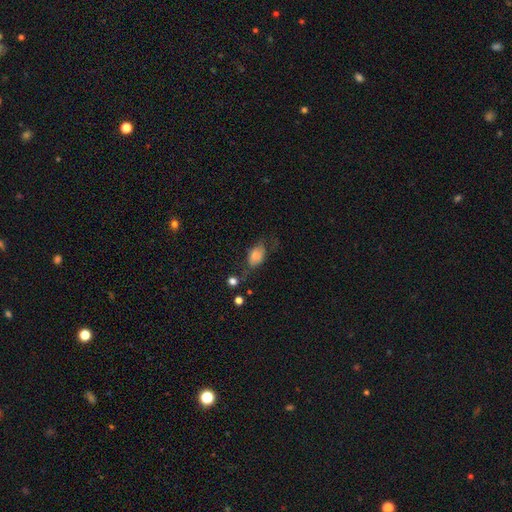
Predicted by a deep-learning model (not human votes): The model was most divided on "merging": none: 38%, major disturbance: 29%, minor disturbance: 28%, merger: 4%. More confident: how rounded — in between (83%); smooth or featured — smooth (66%).